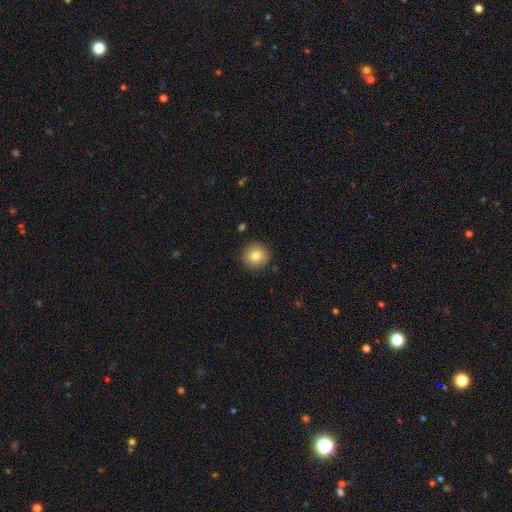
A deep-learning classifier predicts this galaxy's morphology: This is clearly a smooth galaxy (82%). How rounded: clearly round (92%). Merging: clearly none (89%).